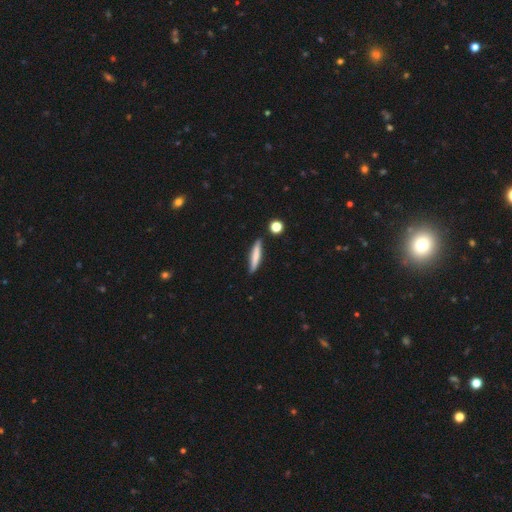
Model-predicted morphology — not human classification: This is likely a smooth galaxy (70%). How rounded: clearly cigar-shaped (89%). Merging: clearly none (83%).